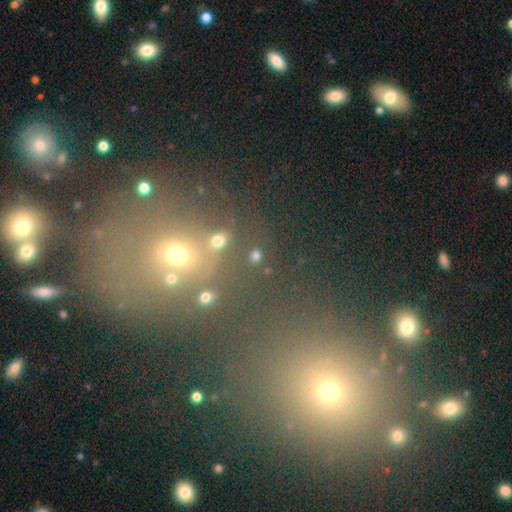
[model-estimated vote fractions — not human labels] smooth 67%, star or artifact 25%, featured or disk 8%. Down the decision tree: how rounded — round (74%); merging — none (75%).